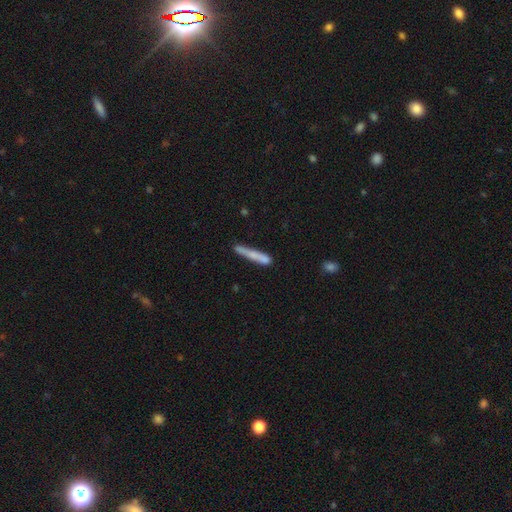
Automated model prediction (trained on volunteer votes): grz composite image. It shows a smooth galaxy with no disk features (66%) that is cigar-shaped (94%). Merging: none (72%).